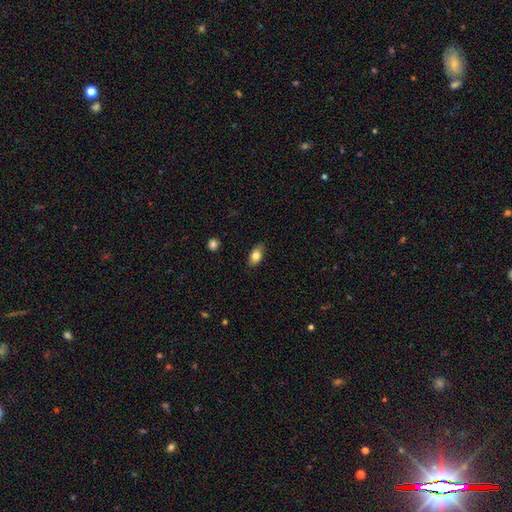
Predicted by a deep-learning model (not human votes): Q: Smooth or featured?
A: smooth (82%); runner-up: featured or disk (11%)
Q: How rounded?
A: in between (89%); runner-up: round (7%)
Q: Merging?
A: none (83%); runner-up: minor disturbance (13%)